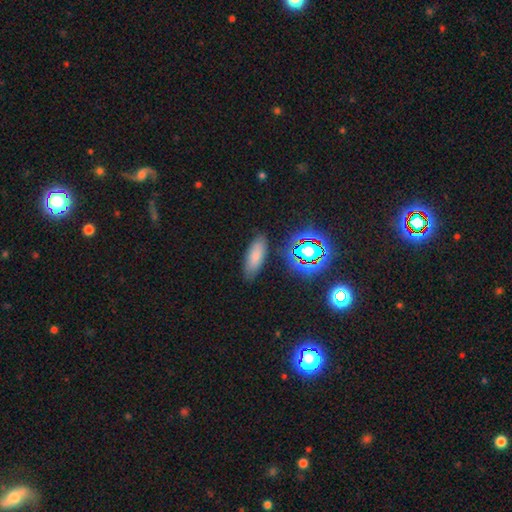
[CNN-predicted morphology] This is likely a smooth galaxy (74%). How rounded: likely in between (75%). Merging: clearly none (83%).